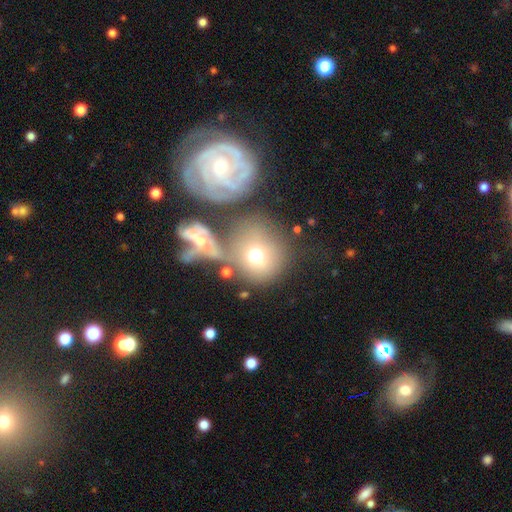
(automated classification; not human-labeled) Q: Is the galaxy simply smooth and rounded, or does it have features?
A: smooth — 63%.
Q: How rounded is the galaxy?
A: round — 78%.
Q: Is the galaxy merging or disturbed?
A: merger — 39%.